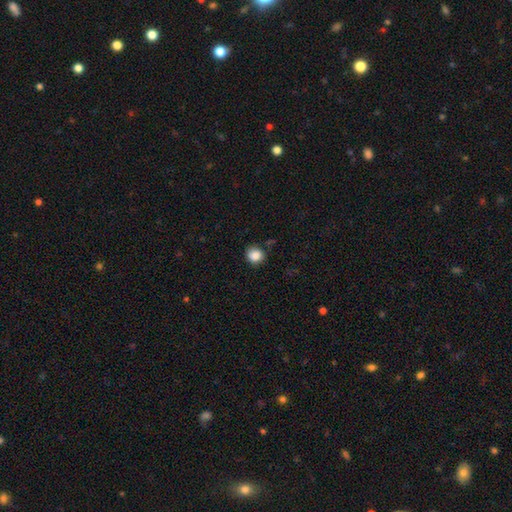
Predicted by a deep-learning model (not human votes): Morphology: type=smooth (86%); roundness=round (85%); merging=none (80%).